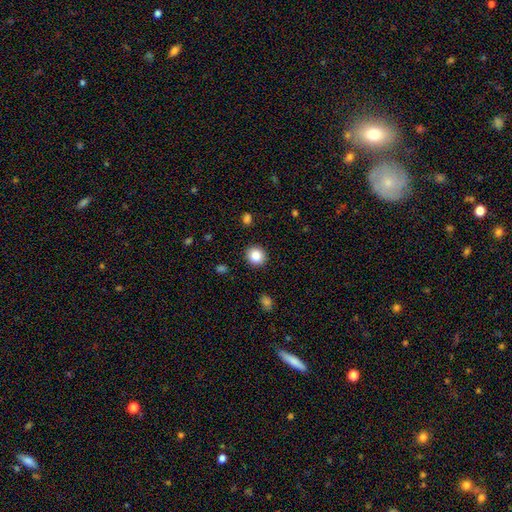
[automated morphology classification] A smooth galaxy with no disk features (85%) that is round (87%).

Vote fractions:
- Smooth or featured? smooth: 85% / star or artifact: 10% / featured or disk: 5%
- How rounded? round: 87% / in between: 12% / cigar-shaped: 1%
- Merging? none: 91% / minor disturbance: 6% / major disturbance: 2% / merger: 1%